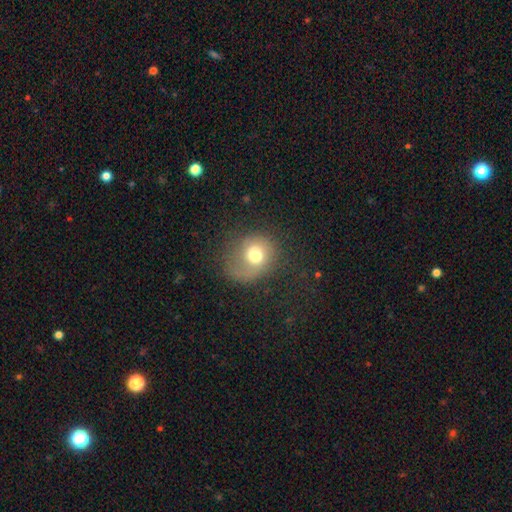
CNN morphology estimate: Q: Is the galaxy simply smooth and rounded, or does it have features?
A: smooth — 59%.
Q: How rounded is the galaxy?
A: round — 67%.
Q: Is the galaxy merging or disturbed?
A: none — 44%.